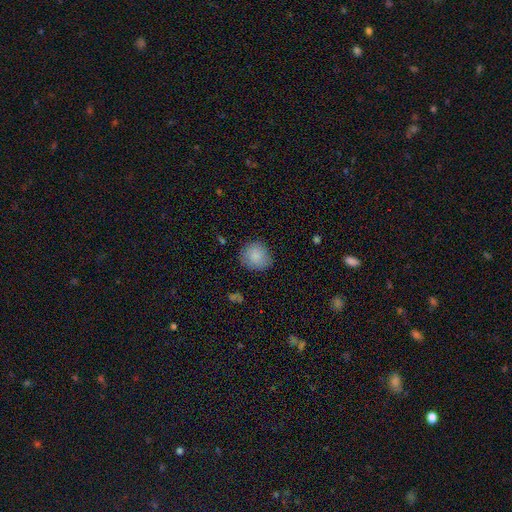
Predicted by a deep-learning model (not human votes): This is clearly a smooth galaxy (86%). How rounded: clearly round (86%). Merging: clearly none (82%).